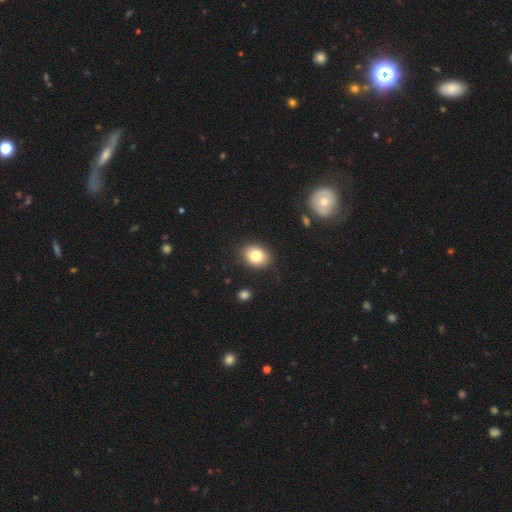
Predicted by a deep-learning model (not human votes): smooth 81%, star or artifact 10%, featured or disk 9%. Down the decision tree: how rounded — in between (58%); merging — none (88%).